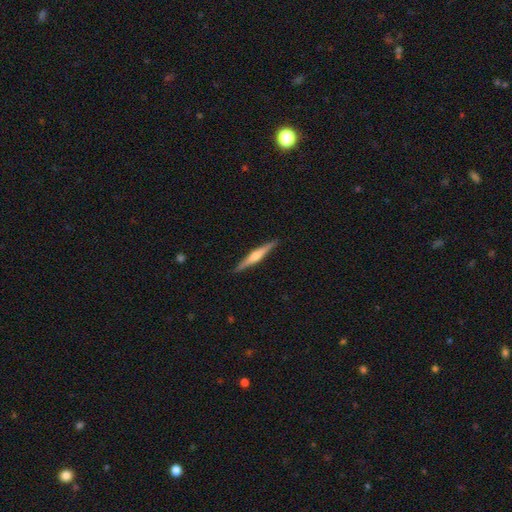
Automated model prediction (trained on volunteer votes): Smooth or featured?
  - featured or disk: 71% *
  - smooth: 24%
  - star or artifact: 5%
Edge-on disk?
  - yes: 98% *
  - no: 2%
Edge-on bulge?
  - rounded: 83% *
  - boxy: 10%
  - none: 7%
Merging?
  - none: 92% *
  - minor disturbance: 6%
  - major disturbance: 1%
  - merger: 1%